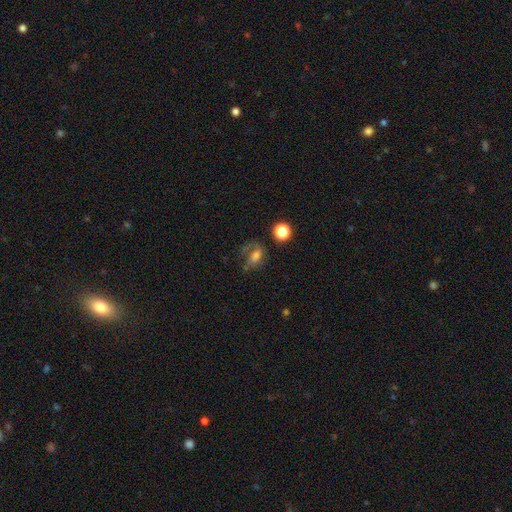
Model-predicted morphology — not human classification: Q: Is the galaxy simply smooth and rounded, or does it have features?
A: smooth — 56%.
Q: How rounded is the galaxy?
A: in between — 71%.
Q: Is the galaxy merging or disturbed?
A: none — 37%.